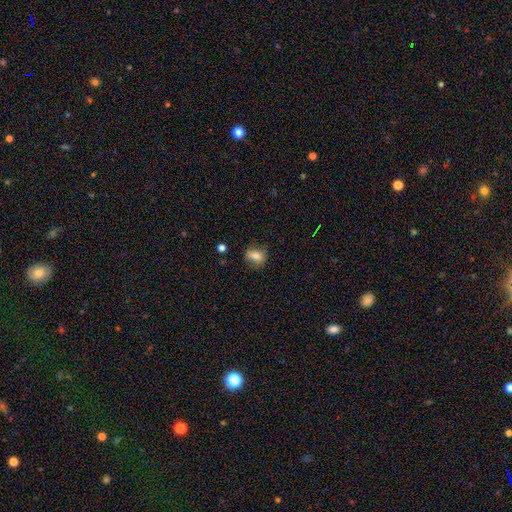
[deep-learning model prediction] Smooth or featured? smooth (70%)
How rounded? in between (50%)
Merging? none (77%)